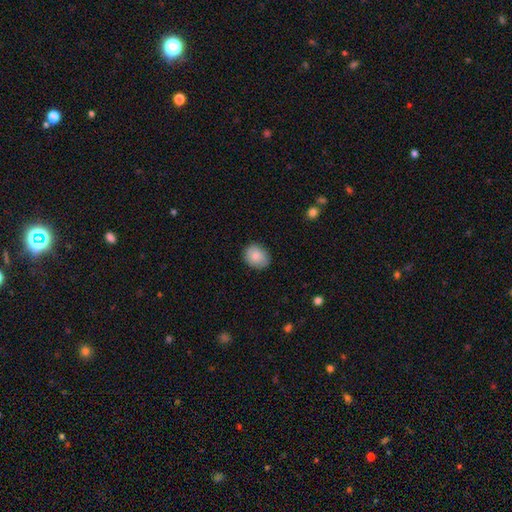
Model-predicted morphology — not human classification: smooth-or-featured: smooth: 86% | star or artifact: 7% | featured or disk: 7%
  how-rounded: round: 53% | in between: 46% | cigar-shaped: 1%
  merging: none: 84% | minor disturbance: 12% | major disturbance: 2% | merger: 1%